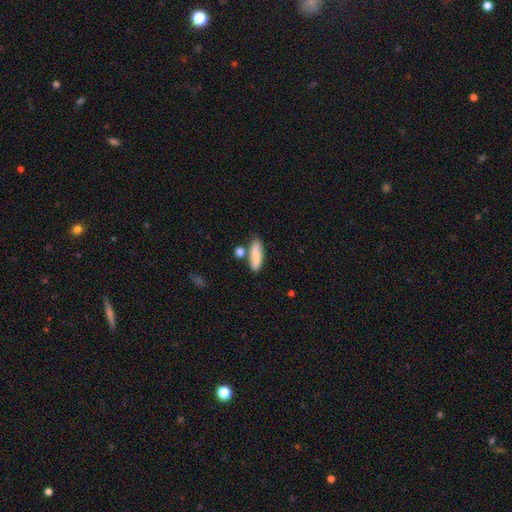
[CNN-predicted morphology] Overall: smooth (76%). How rounded: in between (51%; cigar-shaped 46%). Merging: none (66%).